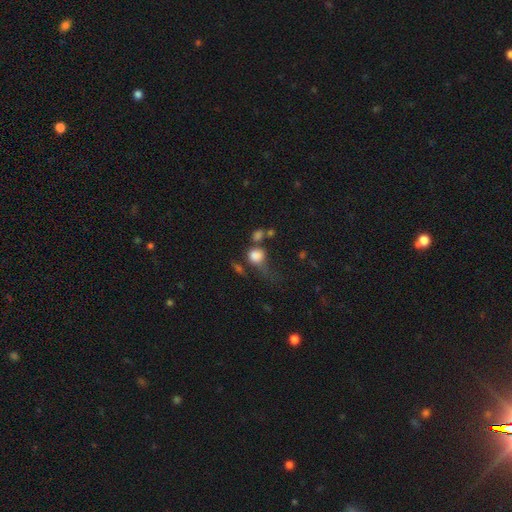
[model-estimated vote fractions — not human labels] This appears to be a smooth galaxy with no disk features (79%) that is round (78%). Merging: none (33%).